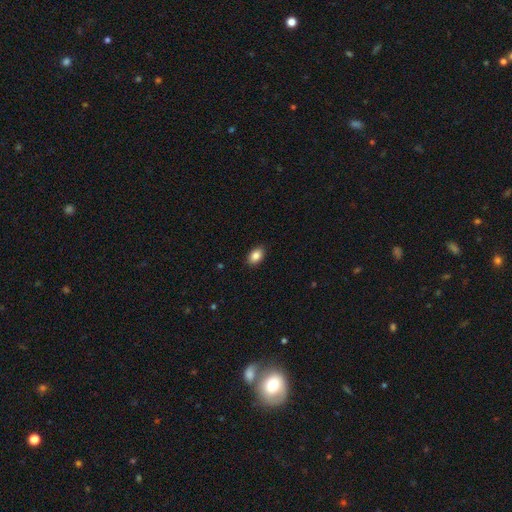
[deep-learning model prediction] smooth_or_featured: smooth (p=0.86) [alt: star or artifact p=0.08]
how_rounded: in between (p=0.87) [alt: round p=0.12]
merging: none (p=0.89) [alt: minor disturbance p=0.08]